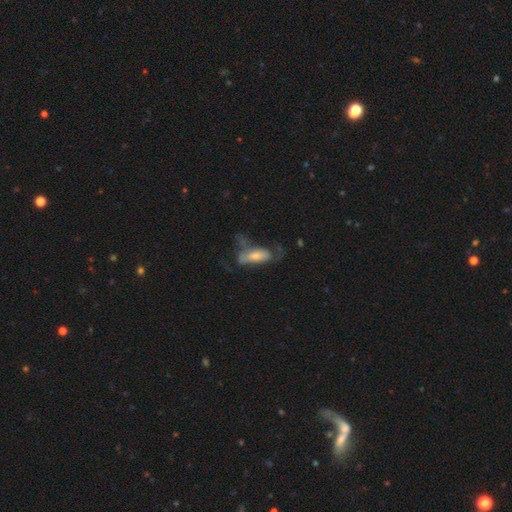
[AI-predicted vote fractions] smooth-or-featured: smooth: 55% | featured or disk: 38% | star or artifact: 7%
  how-rounded: in between: 72% | cigar-shaped: 25% | round: 3%
  merging: major disturbance: 40% | none: 30% | minor disturbance: 23% | merger: 7%